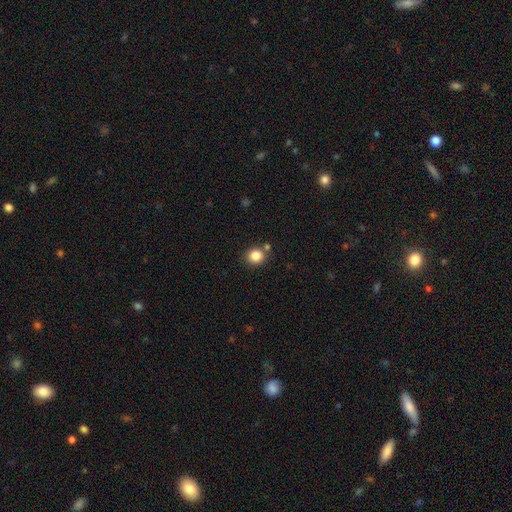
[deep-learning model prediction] This is clearly a smooth galaxy (85%). How rounded: clearly round (82%). Merging: likely none (78%).